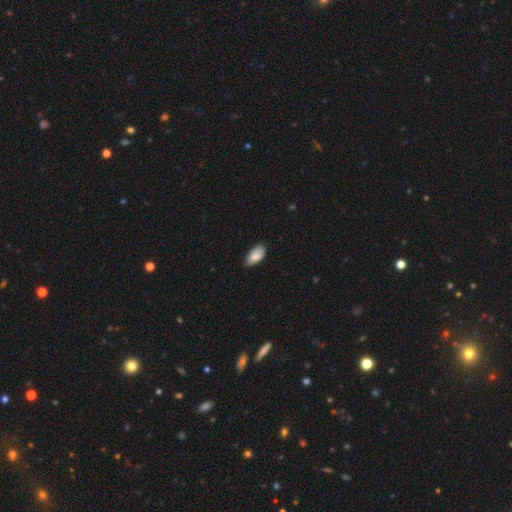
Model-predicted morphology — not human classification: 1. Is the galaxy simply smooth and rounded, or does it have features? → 87% smooth, 7% featured or disk, 6% star or artifact.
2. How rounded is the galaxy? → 94% in between, 4% cigar-shaped, 2% round.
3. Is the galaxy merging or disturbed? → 71% none, 25% minor disturbance, 3% major disturbance, 1% merger.